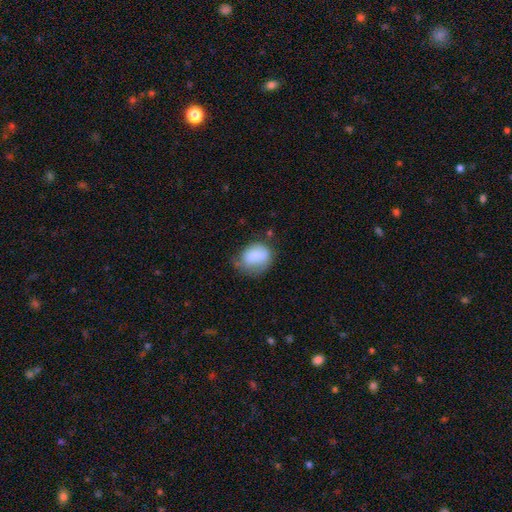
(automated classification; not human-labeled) Smooth or featured: smooth — 80% (featured or disk — 12%)
How rounded: in between — 50% (round — 48%)
Merging: none — 47% (minor disturbance — 35%)